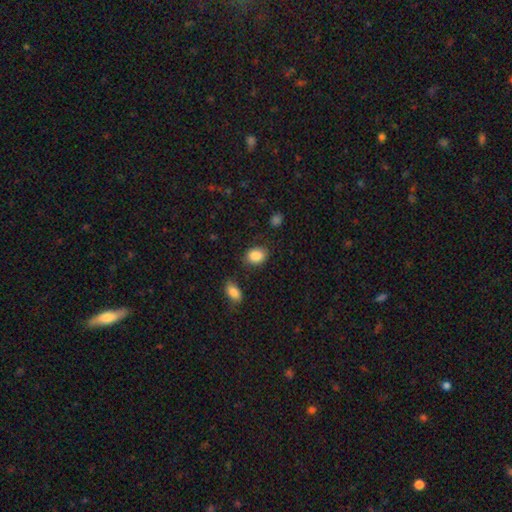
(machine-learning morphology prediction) type=smooth (87%); roundness=in between (68%); merging=none (77%).